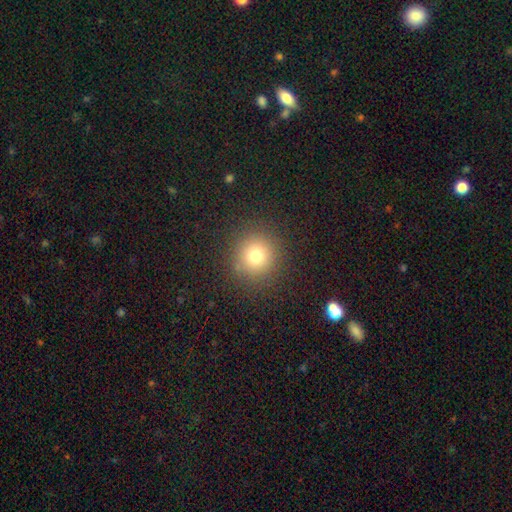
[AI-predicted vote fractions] A smooth galaxy with no disk features (76%) that is round (92%).

Vote fractions:
- Smooth or featured? smooth: 76% / star or artifact: 16% / featured or disk: 9%
- How rounded? round: 92% / in between: 7% / cigar-shaped: 1%
- Merging? none: 89% / minor disturbance: 7% / major disturbance: 3% / merger: 1%